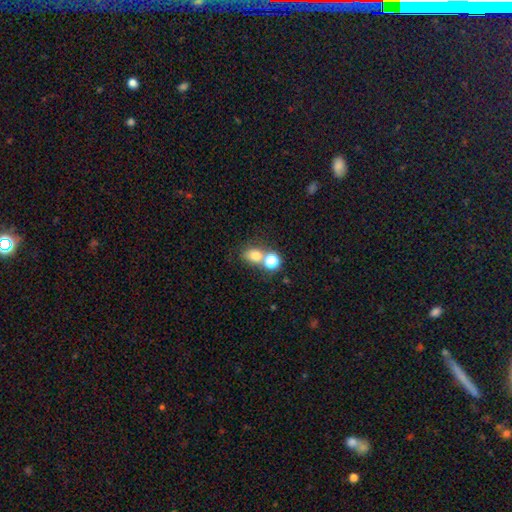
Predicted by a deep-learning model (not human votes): Smooth or featured? smooth (74%)
How rounded? round (56%)
Merging? none (48%)